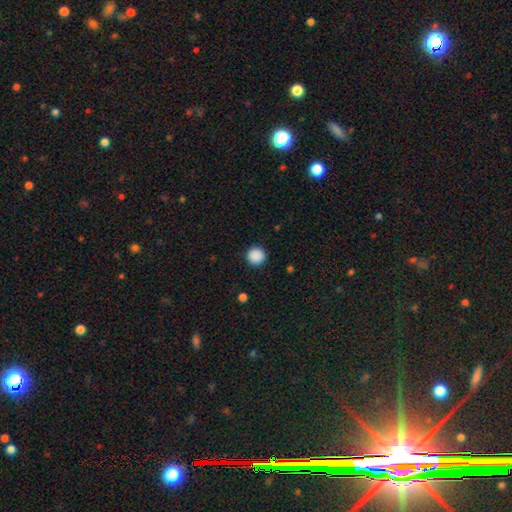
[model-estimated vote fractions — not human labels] smooth 89%, star or artifact 9%, featured or disk 2%. Down the decision tree: how rounded — round (96%); merging — none (92%).